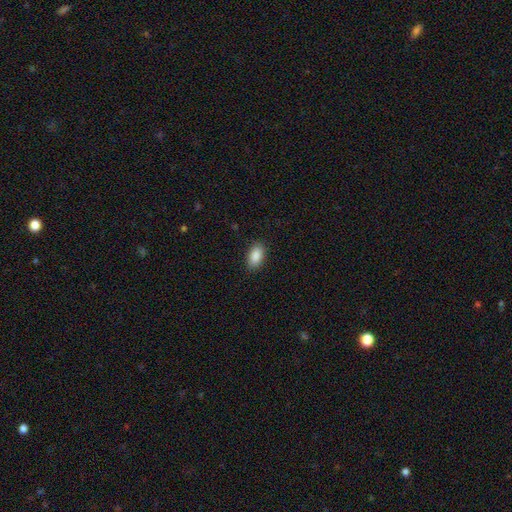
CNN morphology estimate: Smooth or featured: smooth — 89% (star or artifact — 7%)
How rounded: in between — 93% (round — 5%)
Merging: none — 88% (minor disturbance — 8%)